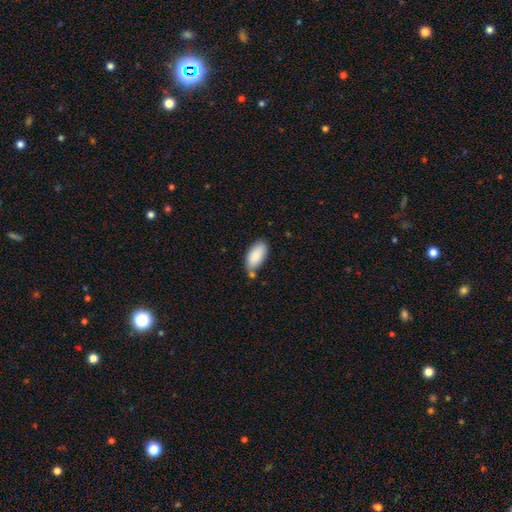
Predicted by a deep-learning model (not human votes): A smooth galaxy with no disk features (88%) that is in between round and cigar-shaped (92%). Merging: none (63%).